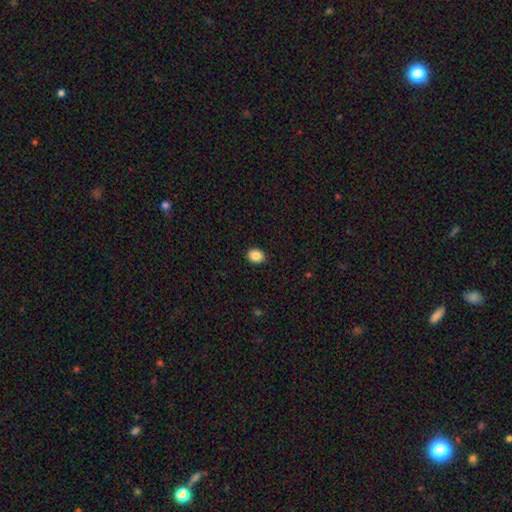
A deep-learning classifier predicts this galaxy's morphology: smooth_or_featured: smooth (p=0.86) [alt: star or artifact p=0.09]
how_rounded: round (p=0.59) [alt: in between p=0.40]
merging: none (p=0.91) [alt: minor disturbance p=0.06]